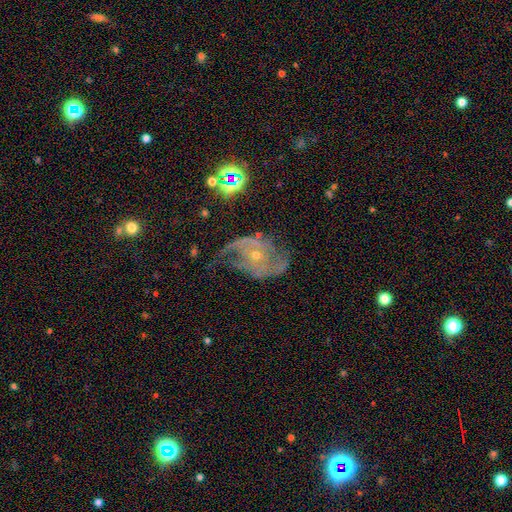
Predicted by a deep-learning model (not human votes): Overall: featured or disk (83%). Edge-on disk: no (97%). Bar: no (67%). Spiral arms: yes (93%). Spiral arm count: 2 (76%). Spiral winding: medium (45%; loose 35%). Bulge size: small (67%; moderate 29%). Merging: none (52%; minor disturbance 23%).